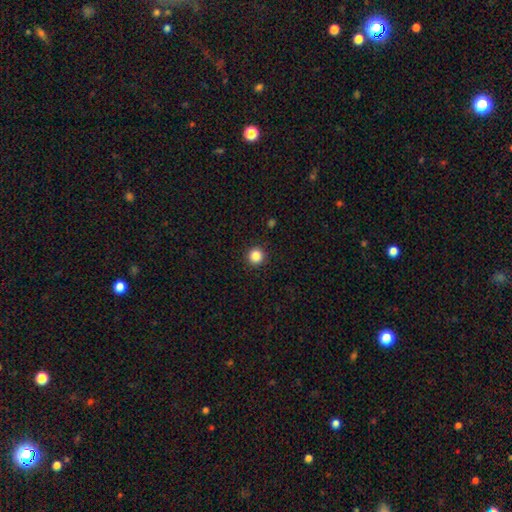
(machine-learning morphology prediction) smooth-or-featured: smooth: 86% | star or artifact: 11% | featured or disk: 3%
  how-rounded: round: 95% | in between: 4% | cigar-shaped: 1%
  merging: none: 92% | minor disturbance: 5% | major disturbance: 2% | merger: 1%